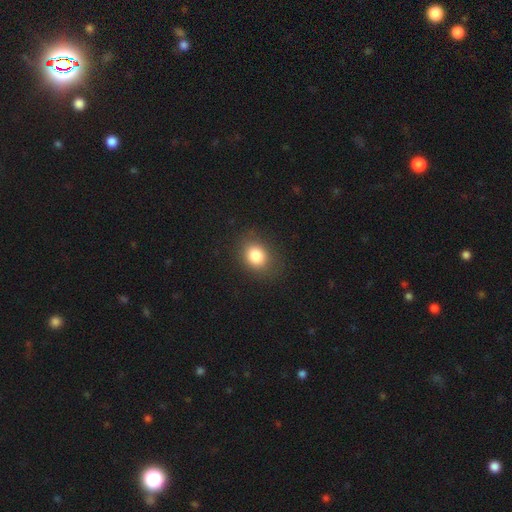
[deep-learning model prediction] The model was most divided on "how rounded" (2-way tie): round: 50%, in between: 50%, cigar-shaped: 1%. More confident: smooth or featured — smooth (83%); merging — none (83%).